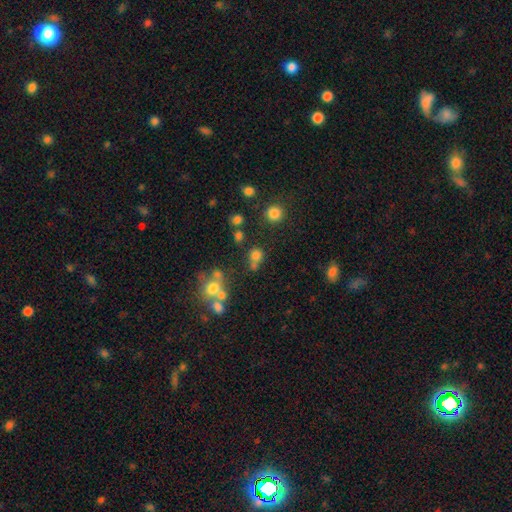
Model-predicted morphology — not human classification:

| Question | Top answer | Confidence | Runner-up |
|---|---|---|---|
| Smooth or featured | smooth | 73% | star or artifact (18%) |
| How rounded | round | 81% | in between (18%) |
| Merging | none | 55% | merger (27%) |